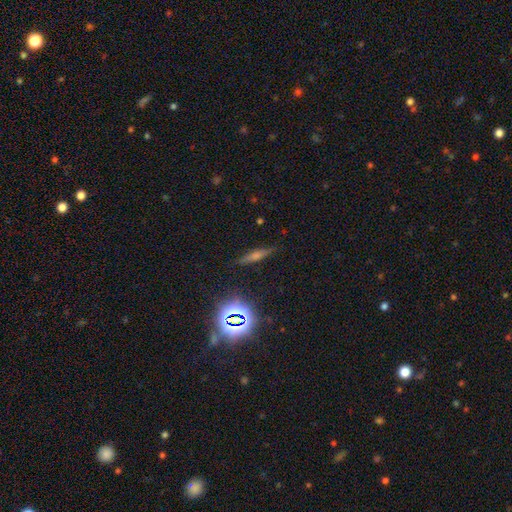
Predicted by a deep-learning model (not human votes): smooth-or-featured: featured or disk: 41% | smooth: 34% | star or artifact: 25%
  merging: none: 87% | minor disturbance: 9% | major disturbance: 2% | merger: 2%